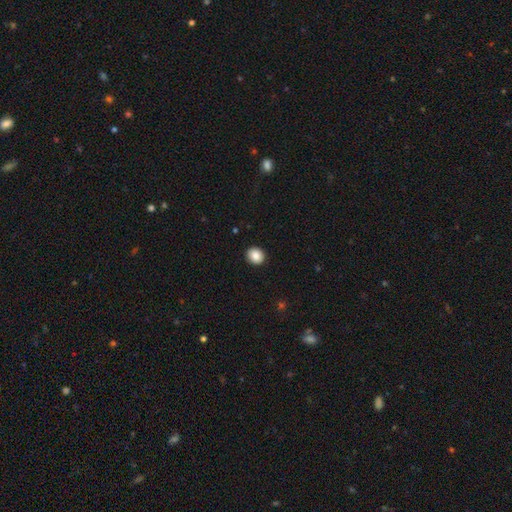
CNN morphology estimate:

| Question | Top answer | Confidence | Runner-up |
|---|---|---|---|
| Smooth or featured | smooth | 87% | star or artifact (9%) |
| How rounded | round | 76% | in between (23%) |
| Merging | none | 92% | minor disturbance (6%) |